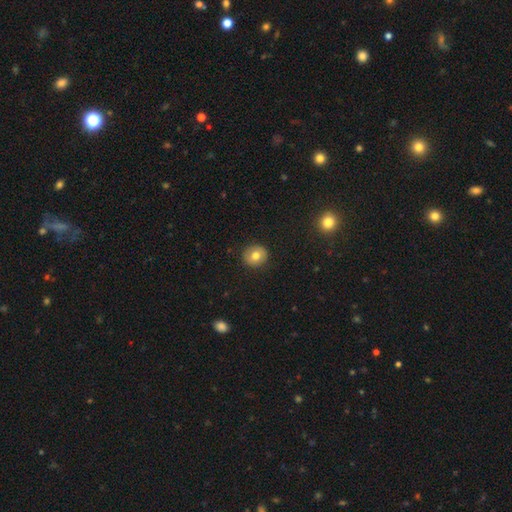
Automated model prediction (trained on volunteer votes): This appears to be a smooth galaxy with no disk features (75%) that is round (88%). Merging: none (89%).